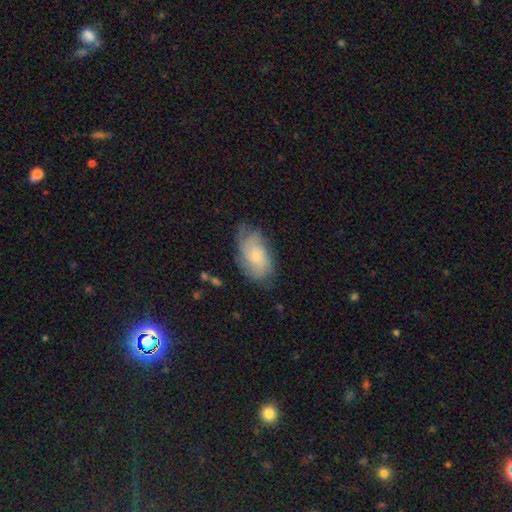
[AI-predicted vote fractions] A featured or disk galaxy (55%) with no bar (79%), spiral arms (84%) and a small central bulge (65%). Merging: none (62%).